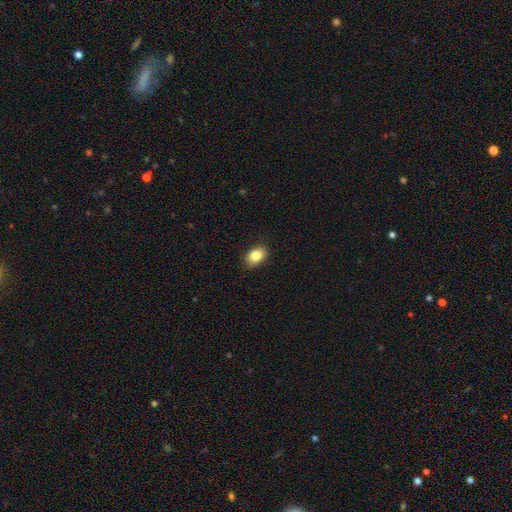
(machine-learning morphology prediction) A smooth galaxy with no disk features (84%) that is in between round and cigar-shaped (81%).

Vote fractions:
- Smooth or featured? smooth: 84% / star or artifact: 8% / featured or disk: 7%
- How rounded? in between: 81% / round: 17% / cigar-shaped: 1%
- Merging? none: 86% / minor disturbance: 11% / major disturbance: 2% / merger: 1%